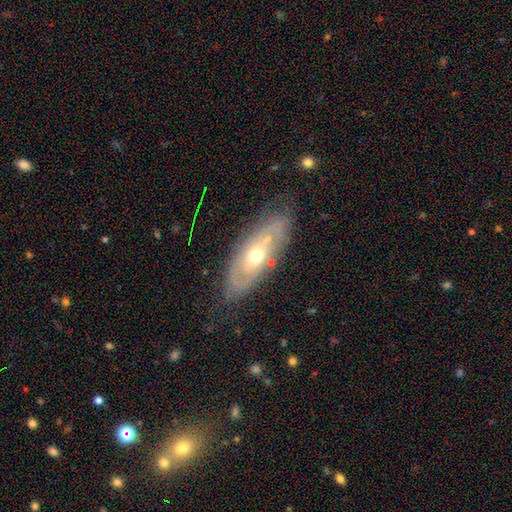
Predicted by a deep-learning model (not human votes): The model was most divided on "spiral arms": no: 52%, yes: 48%. More confident: bar — no (82%); edge-on disk — no (81%); merging — none (77%); smooth or featured — featured or disk (67%); bulge size — moderate (64%).